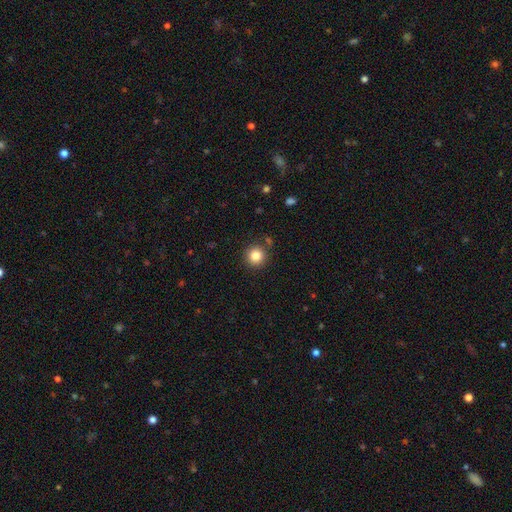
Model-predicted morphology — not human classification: type=smooth (83%); roundness=round (94%); merging=none (87%).